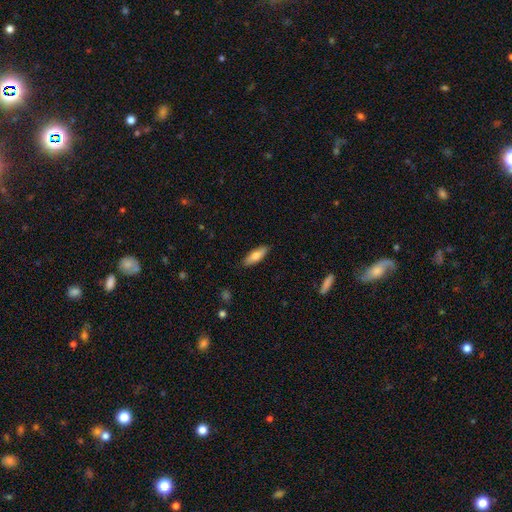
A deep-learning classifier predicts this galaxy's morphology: A smooth galaxy with no disk features (76%) that is in between round and cigar-shaped (58%). Merging: none (87%).